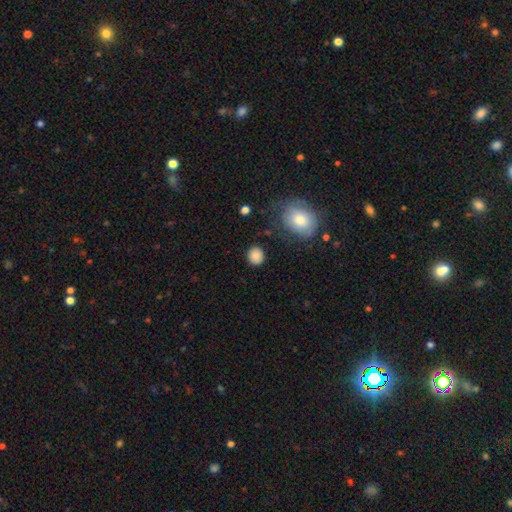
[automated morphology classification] Q: Smooth or featured?
A: smooth (87%); runner-up: star or artifact (9%)
Q: How rounded?
A: round (81%); runner-up: in between (18%)
Q: Merging?
A: none (85%); runner-up: minor disturbance (9%)